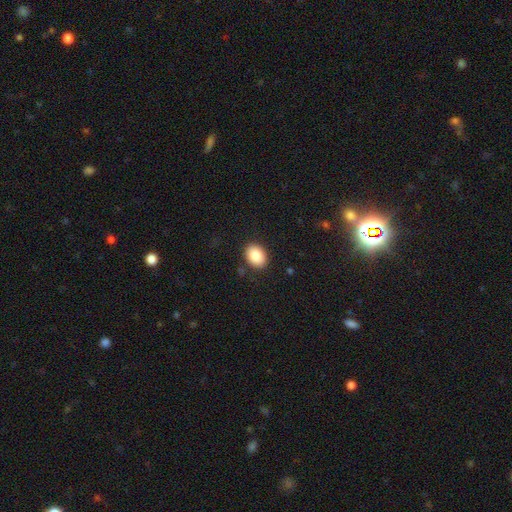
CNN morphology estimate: A smooth galaxy with no disk features (87%) that is in between round and cigar-shaped (72%). Merging: none (87%).